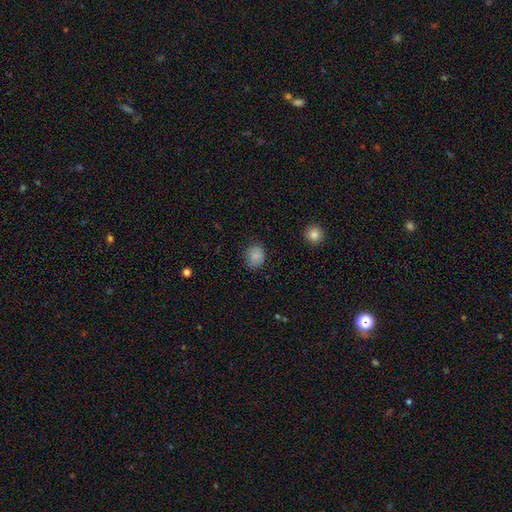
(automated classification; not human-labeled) The model was most divided on "how rounded": round: 71%, in between: 28%, cigar-shaped: 1%. More confident: smooth or featured — smooth (86%); merging — none (81%).